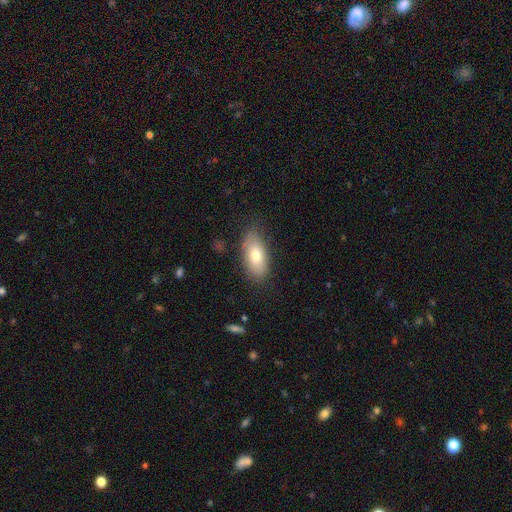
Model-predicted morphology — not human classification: The model was most divided on "smooth or featured": smooth: 74%, featured or disk: 19%, star or artifact: 7%. More confident: how rounded — in between (89%); merging — none (78%).